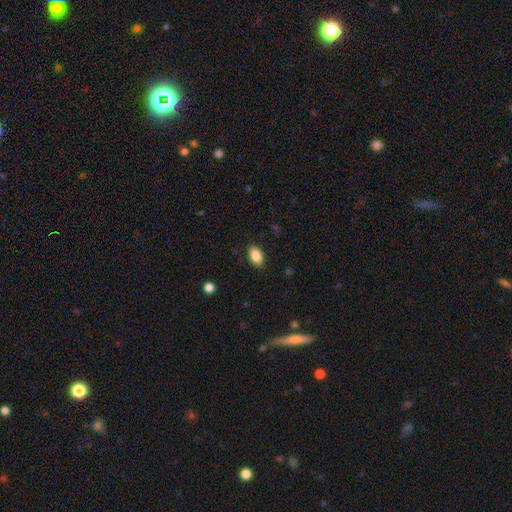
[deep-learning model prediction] smooth_or_featured: smooth (p=0.85) [alt: star or artifact p=0.08]
how_rounded: in between (p=0.91) [alt: round p=0.06]
merging: none (p=0.88) [alt: minor disturbance p=0.09]